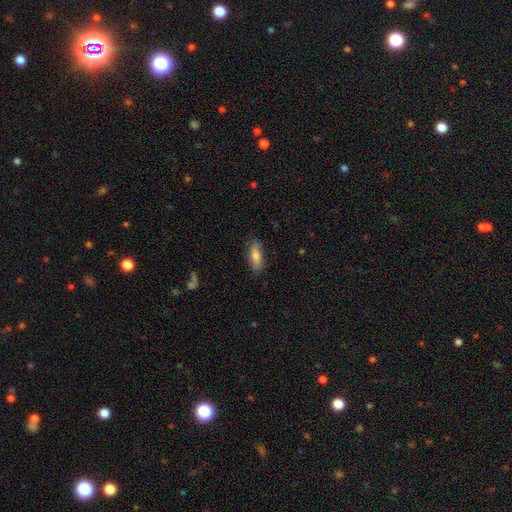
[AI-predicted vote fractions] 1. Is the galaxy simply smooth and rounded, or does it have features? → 73% smooth, 20% featured or disk, 7% star or artifact.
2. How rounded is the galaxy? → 58% in between, 40% cigar-shaped, 2% round.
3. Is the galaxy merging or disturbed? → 80% none, 16% minor disturbance, 4% major disturbance, 1% merger.